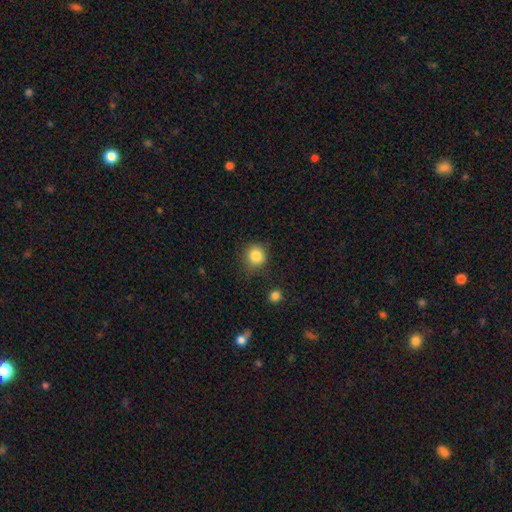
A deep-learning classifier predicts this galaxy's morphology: Overall: smooth (83%). How rounded: round (90%). Merging: none (80%).